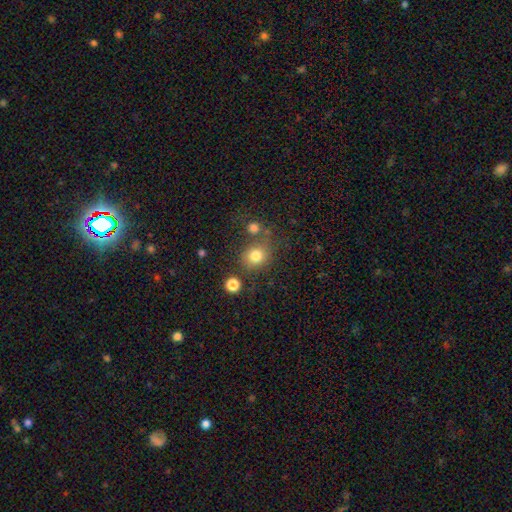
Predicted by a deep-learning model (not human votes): Smooth or featured? smooth (78%)
How rounded? round (78%)
Merging? none (63%)